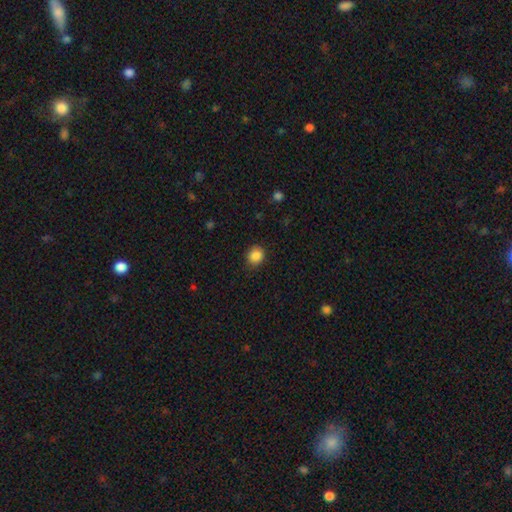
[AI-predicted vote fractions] Q: Smooth or featured?
A: smooth (87%); runner-up: star or artifact (10%)
Q: How rounded?
A: round (78%); runner-up: in between (21%)
Q: Merging?
A: none (85%); runner-up: minor disturbance (11%)